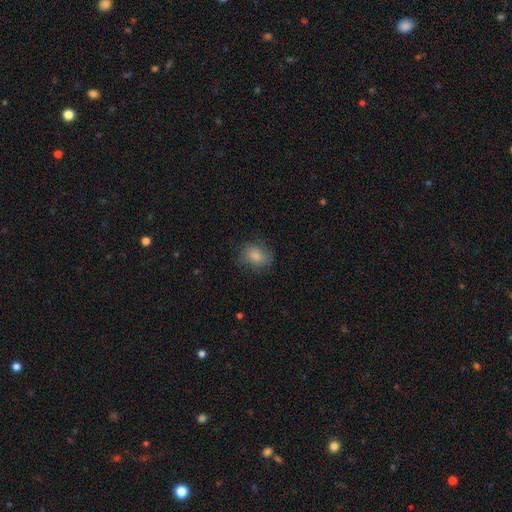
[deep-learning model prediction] smooth-or-featured: smooth: 83% | star or artifact: 9% | featured or disk: 8%
  how-rounded: in between: 52% | round: 47% | cigar-shaped: 1%
  merging: none: 71% | minor disturbance: 20% | major disturbance: 8% | merger: 1%